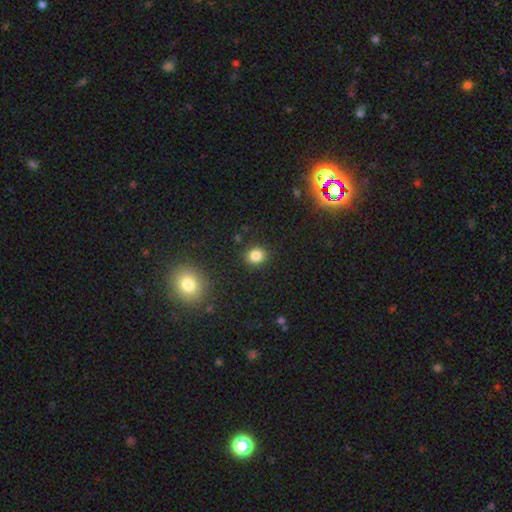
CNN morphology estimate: Smooth or featured: smooth — 83% (star or artifact — 12%)
How rounded: round — 69% (in between — 30%)
Merging: none — 89% (minor disturbance — 7%)